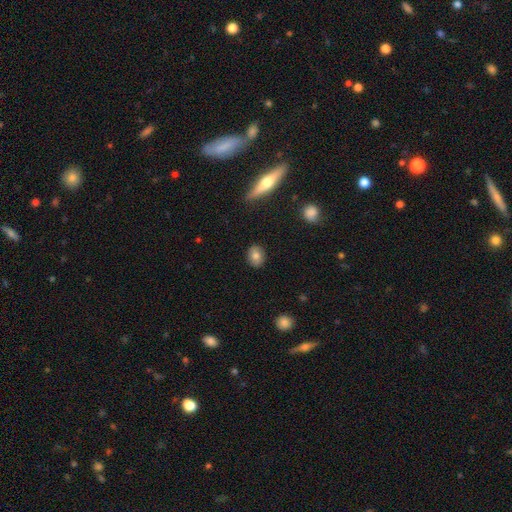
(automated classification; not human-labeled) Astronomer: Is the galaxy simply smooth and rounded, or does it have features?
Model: smooth — 78%.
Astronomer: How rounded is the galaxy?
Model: in between — 55% (runner-up: round, 43%).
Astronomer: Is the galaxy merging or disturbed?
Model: none — 88%.